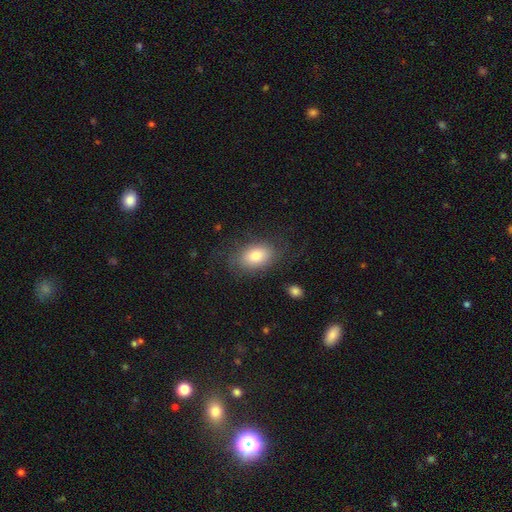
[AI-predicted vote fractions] Smooth or featured?
  - smooth: 74% *
  - featured or disk: 19%
  - star or artifact: 8%
How rounded?
  - in between: 86% *
  - round: 12%
  - cigar-shaped: 2%
Merging?
  - none: 71% *
  - minor disturbance: 17%
  - major disturbance: 10%
  - merger: 1%